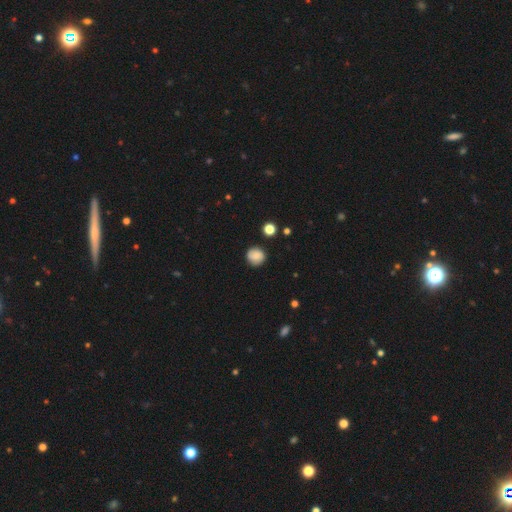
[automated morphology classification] Smooth or featured? smooth (77%)
How rounded? round (92%)
Merging? none (84%)